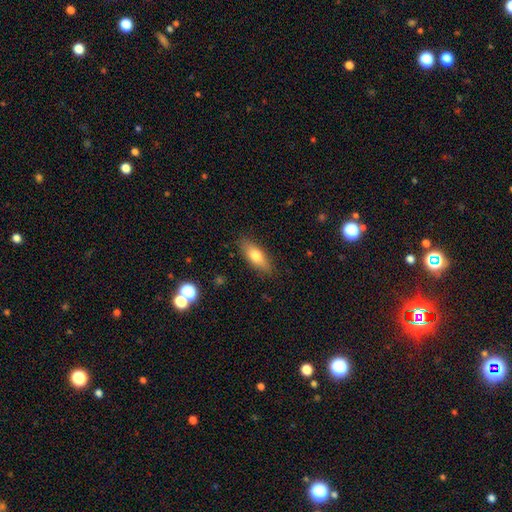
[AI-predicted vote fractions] smooth 71%, featured or disk 22%, star or artifact 7%. Down the decision tree: how rounded — in between (69%); merging — none (85%).